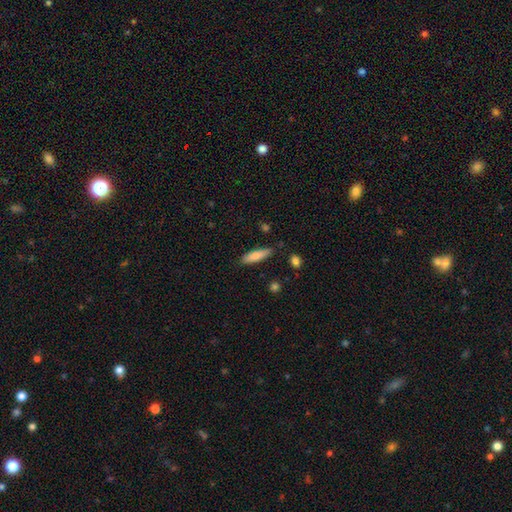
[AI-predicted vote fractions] This is clearly a smooth galaxy (80%). How rounded: likely cigar-shaped (66%). Merging: clearly none (81%).